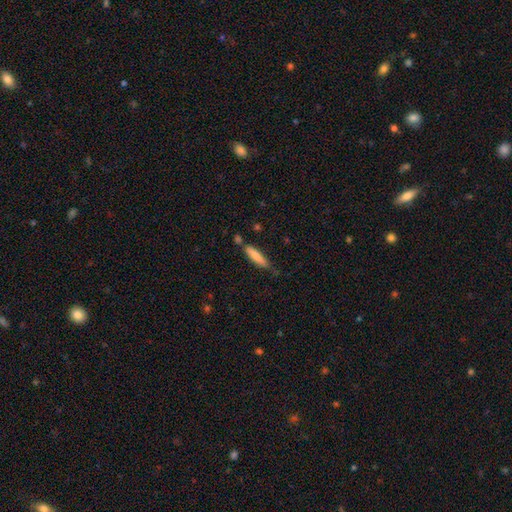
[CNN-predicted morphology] Q: Smooth or featured?
A: smooth (78%); runner-up: featured or disk (16%)
Q: How rounded?
A: cigar-shaped (83%); runner-up: in between (16%)
Q: Merging?
A: none (68%); runner-up: minor disturbance (21%)